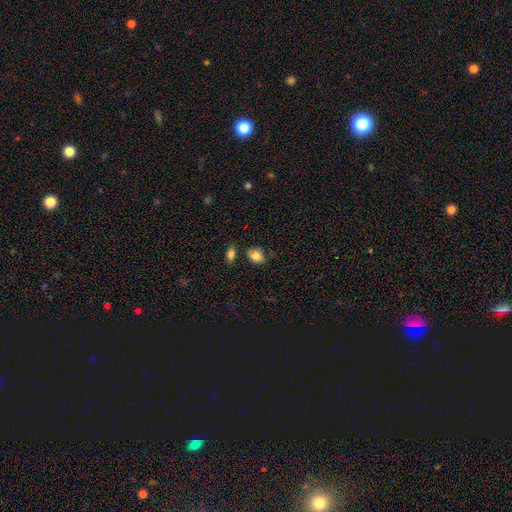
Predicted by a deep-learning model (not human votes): The model was most divided on "how rounded": in between: 58%, round: 41%, cigar-shaped: 1%. More confident: smooth or featured — smooth (82%); merging — none (61%).